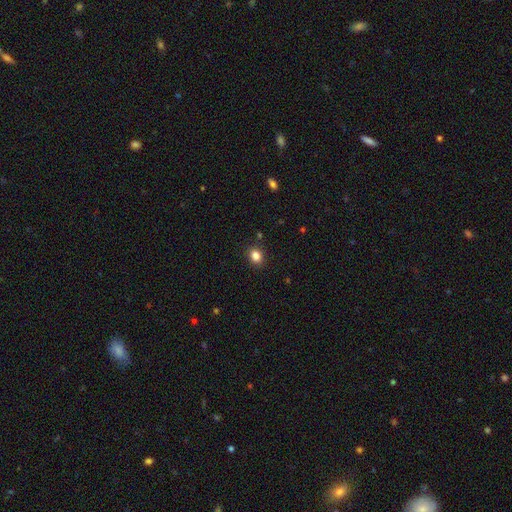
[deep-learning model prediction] Q: Smooth or featured?
A: smooth (85%); runner-up: star or artifact (11%)
Q: How rounded?
A: round (54%); runner-up: in between (45%)
Q: Merging?
A: none (88%); runner-up: minor disturbance (8%)